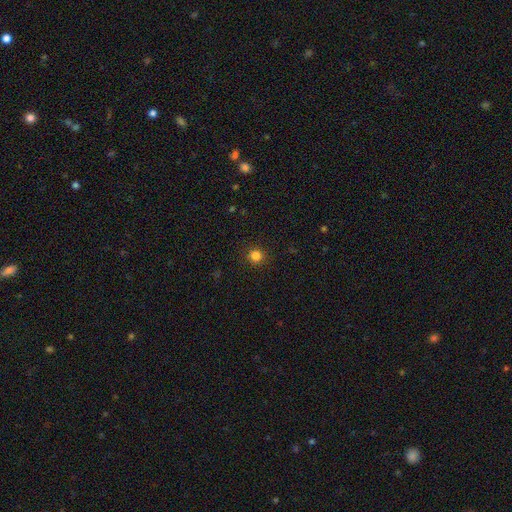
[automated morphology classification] smooth-or-featured: smooth: 82% | star or artifact: 14% | featured or disk: 4%
  how-rounded: round: 92% | in between: 7% | cigar-shaped: 1%
  merging: none: 91% | minor disturbance: 6% | major disturbance: 2% | merger: 1%